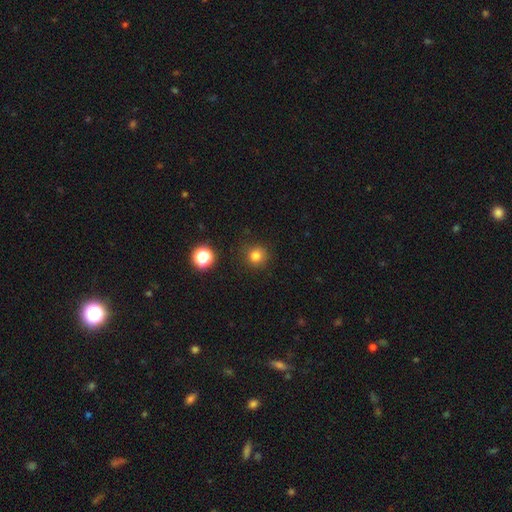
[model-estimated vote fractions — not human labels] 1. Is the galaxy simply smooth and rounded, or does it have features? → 80% smooth, 15% star or artifact, 5% featured or disk.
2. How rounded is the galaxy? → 93% round, 7% in between, 1% cigar-shaped.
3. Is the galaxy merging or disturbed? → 88% none, 8% minor disturbance, 3% major disturbance, 1% merger.